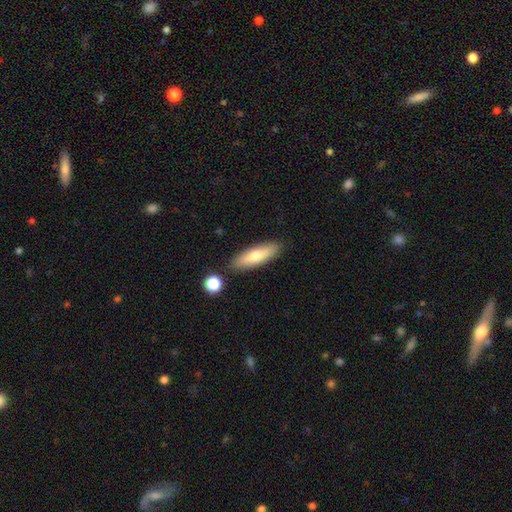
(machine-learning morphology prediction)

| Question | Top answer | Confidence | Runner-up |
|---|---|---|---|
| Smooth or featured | smooth | 67% | featured or disk (26%) |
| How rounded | cigar-shaped | 57% | in between (41%) |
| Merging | none | 83% | minor disturbance (10%) |